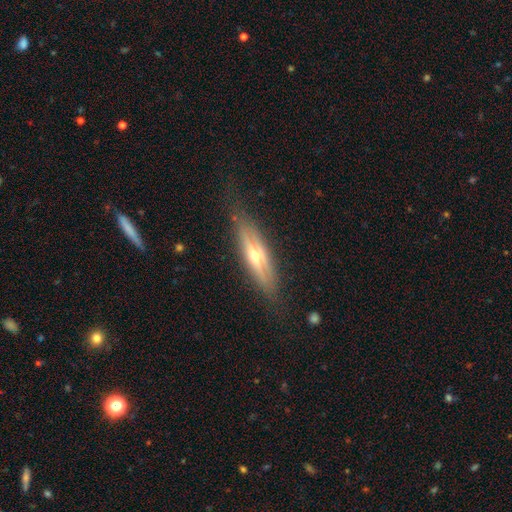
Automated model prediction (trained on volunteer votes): The model was most divided on "smooth or featured": featured or disk: 67%, smooth: 26%, star or artifact: 7%. More confident: edge-on bulge — rounded (90%); edge-on disk — yes (88%); merging — none (79%).